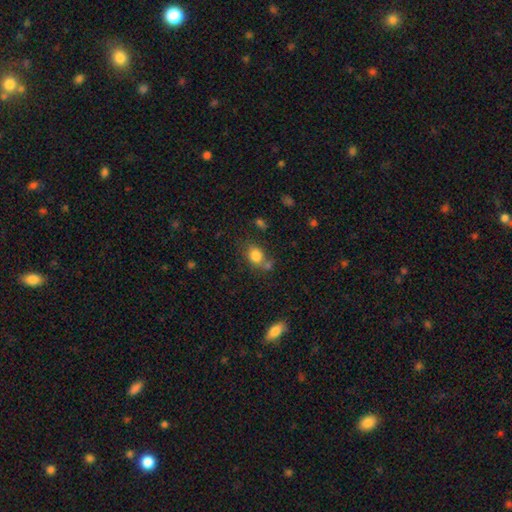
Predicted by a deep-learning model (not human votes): This appears to be a smooth galaxy with no disk features (82%) that is in between round and cigar-shaped (50%). Merging: none (58%).